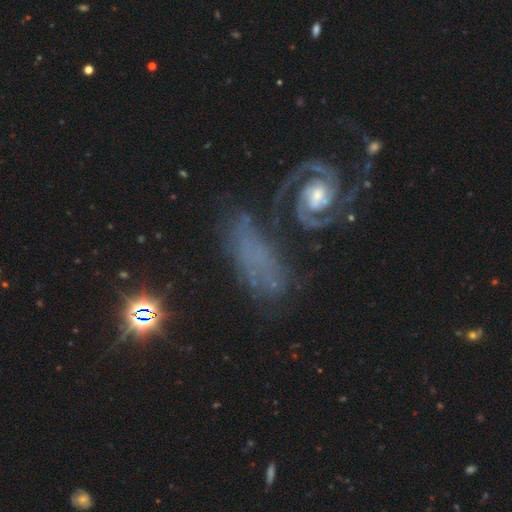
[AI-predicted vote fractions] The model was most divided on "bulge size" (2-way tie): small: 30%, none: 30%, moderate: 28%, large: 9%, dominant: 3%. More confident: edge-on disk — no (93%); spiral arms — yes (88%); smooth or featured — featured or disk (71%); bar — no (66%); spiral arm count — 2 (65%); merging — none (54%); spiral winding — tight (52%).